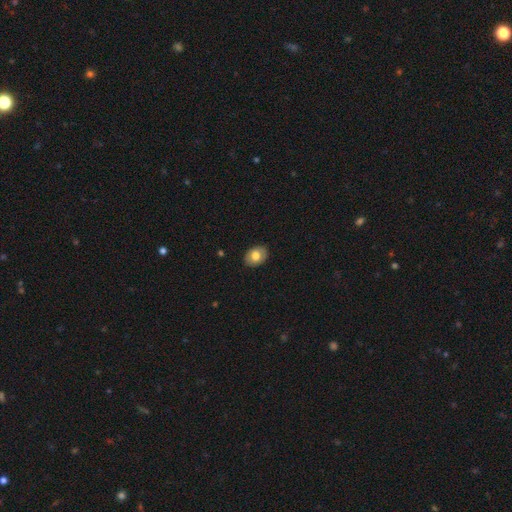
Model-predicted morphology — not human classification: Smooth or featured? Predicted: smooth (p=0.70). How rounded? Predicted: in between (p=0.66). Merging? Predicted: none (p=0.88).